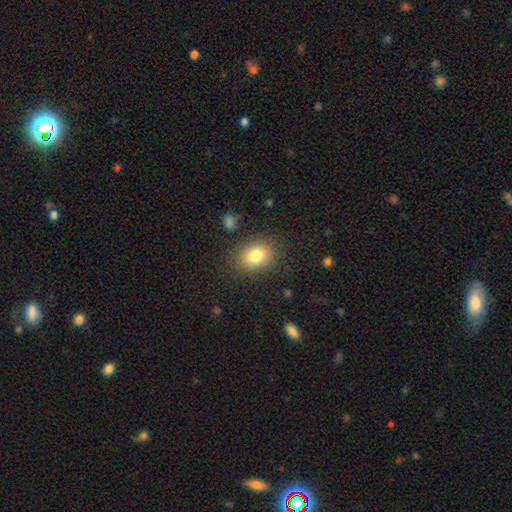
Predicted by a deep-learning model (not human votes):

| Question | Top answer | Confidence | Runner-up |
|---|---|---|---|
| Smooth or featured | smooth | 80% | star or artifact (10%) |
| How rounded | in between | 55% | round (44%) |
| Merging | none | 84% | minor disturbance (10%) |